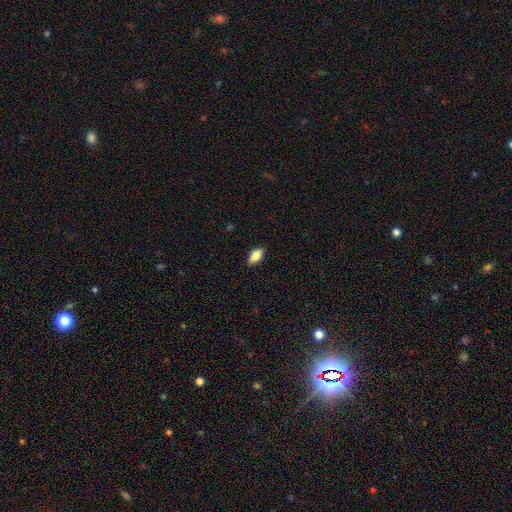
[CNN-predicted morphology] Smooth or featured: smooth — 82% (featured or disk — 11%)
How rounded: in between — 90% (cigar-shaped — 7%)
Merging: none — 89% (minor disturbance — 8%)